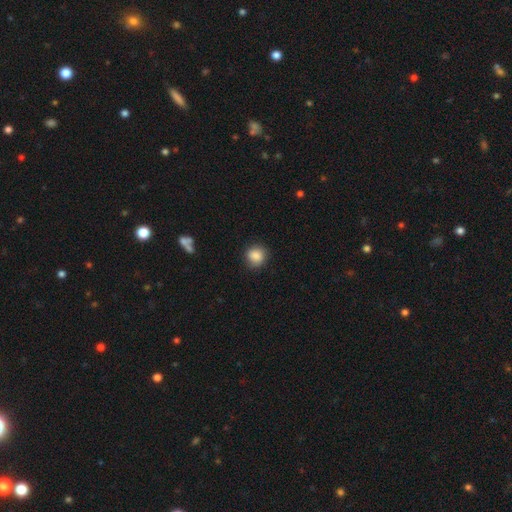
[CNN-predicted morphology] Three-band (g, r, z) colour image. It shows a smooth galaxy with no disk features (86%) that is round (87%). Merging: none (85%).